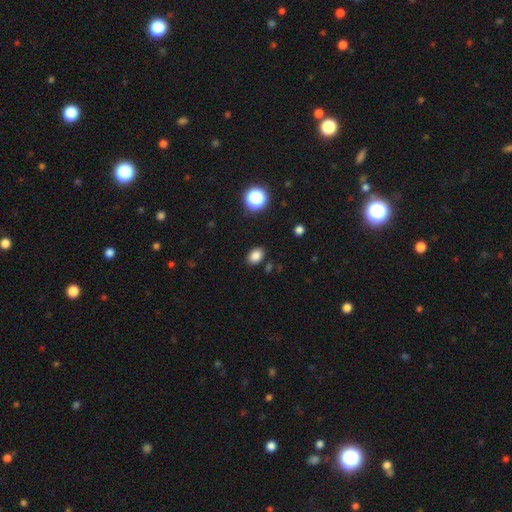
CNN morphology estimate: Overall: smooth (83%). How rounded: in between (70%). Merging: none (87%).